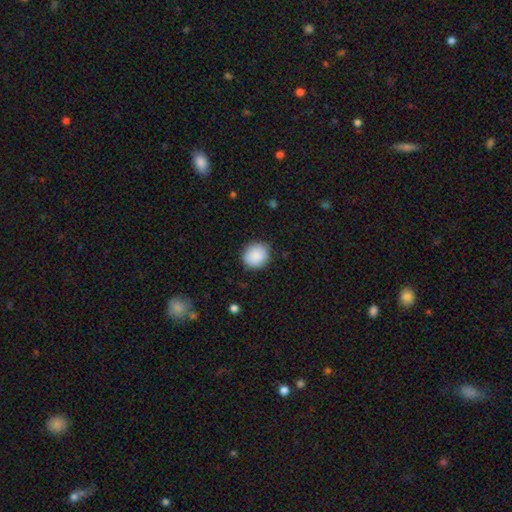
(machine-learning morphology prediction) Smooth or featured: smooth — 89% (star or artifact — 7%)
How rounded: round — 86% (in between — 13%)
Merging: none — 88% (minor disturbance — 9%)